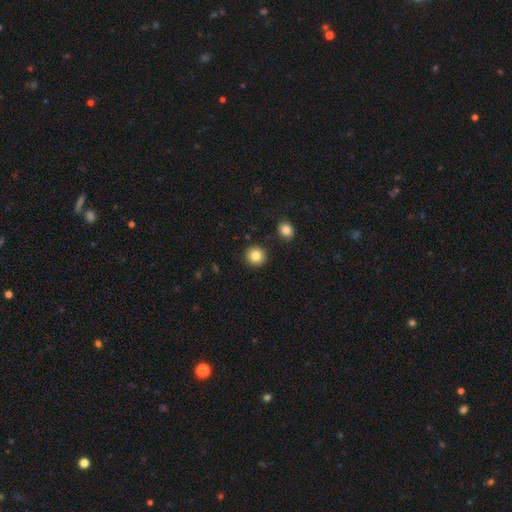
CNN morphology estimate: Overall: smooth (84%). How rounded: round (92%). Merging: none (91%).